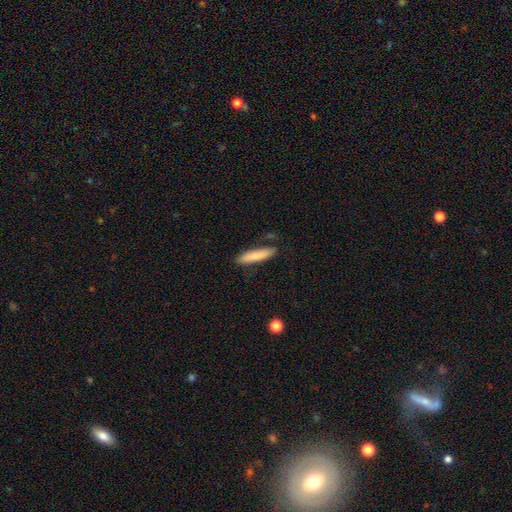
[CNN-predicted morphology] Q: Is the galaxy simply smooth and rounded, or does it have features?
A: smooth — 83%.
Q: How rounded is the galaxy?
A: cigar-shaped — 82%.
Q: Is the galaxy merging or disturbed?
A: none — 82%.